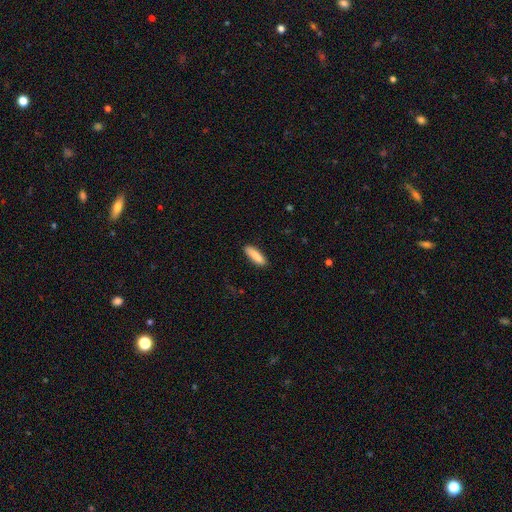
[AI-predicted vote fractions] The model was most divided on "how rounded": cigar-shaped: 60%, in between: 39%, round: 2%. More confident: merging — none (88%); smooth or featured — smooth (85%).